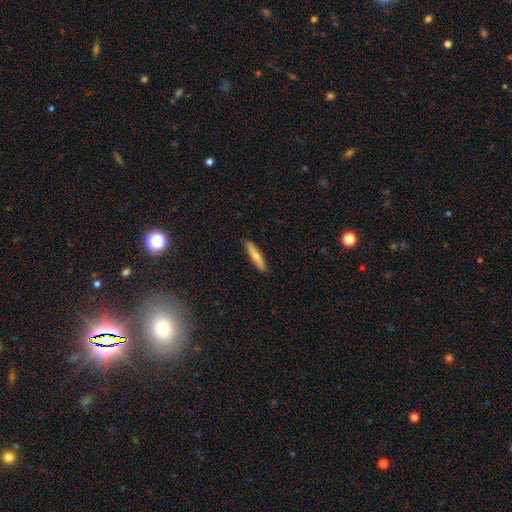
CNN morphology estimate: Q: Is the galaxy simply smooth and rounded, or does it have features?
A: smooth — 69%.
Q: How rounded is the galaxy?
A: cigar-shaped — 87%.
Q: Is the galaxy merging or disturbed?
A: none — 88%.